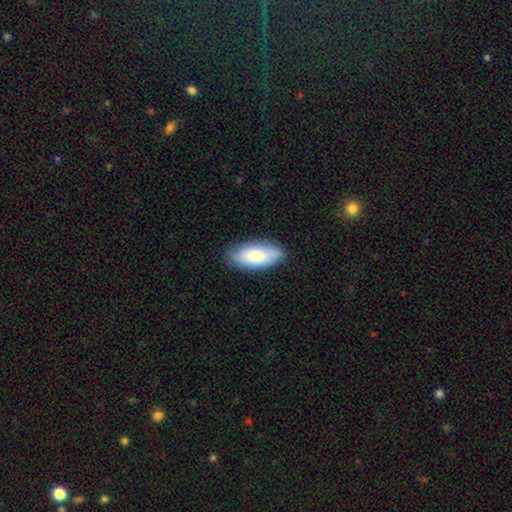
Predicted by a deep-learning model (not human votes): Smooth or featured? smooth (72%)
How rounded? in between (87%)
Merging? none (82%)